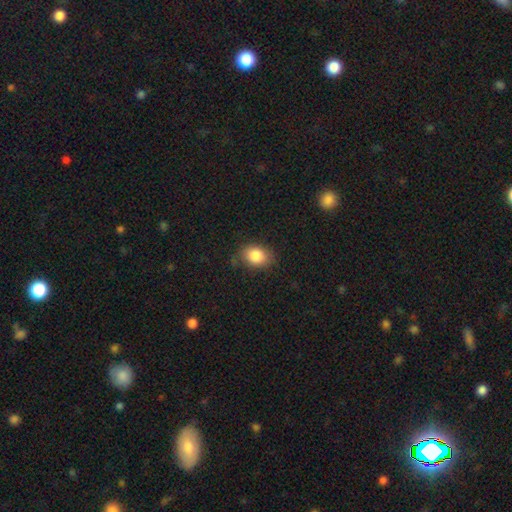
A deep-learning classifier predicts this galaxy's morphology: Smooth or featured?
  - smooth: 84% *
  - star or artifact: 8%
  - featured or disk: 7%
How rounded?
  - in between: 65% *
  - round: 34%
  - cigar-shaped: 1%
Merging?
  - none: 74% *
  - minor disturbance: 20%
  - major disturbance: 4%
  - merger: 1%